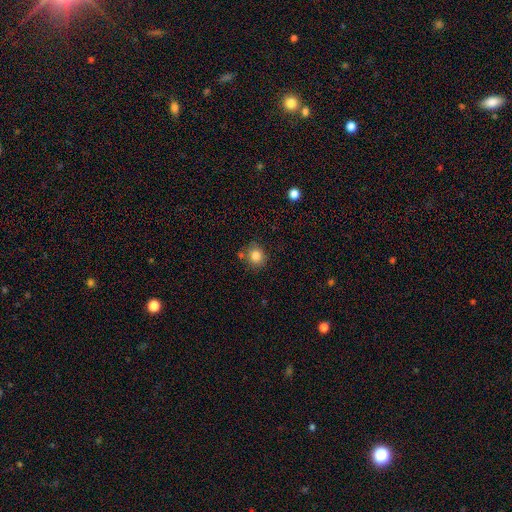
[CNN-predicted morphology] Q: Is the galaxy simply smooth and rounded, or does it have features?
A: smooth — 82%.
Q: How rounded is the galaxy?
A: round — 83%.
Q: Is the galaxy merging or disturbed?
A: none — 77%.